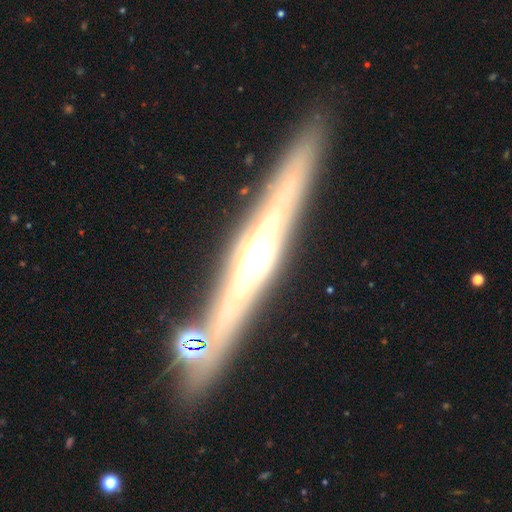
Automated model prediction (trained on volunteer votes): Smooth or featured? Predicted: featured or disk (p=0.77). Edge-on disk? Predicted: yes (p=0.95). Edge-on bulge? Predicted: rounded (p=0.73). Merging? Predicted: none (p=0.84).